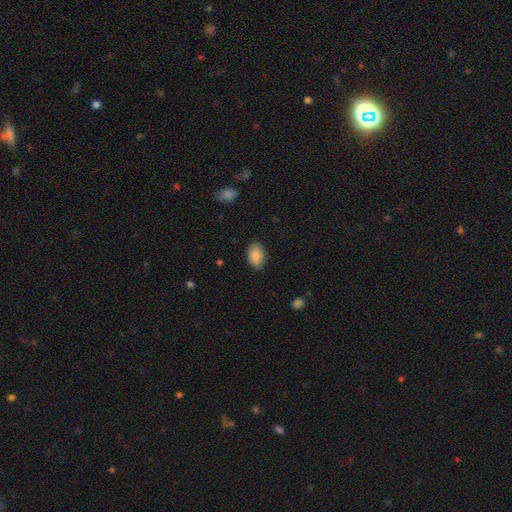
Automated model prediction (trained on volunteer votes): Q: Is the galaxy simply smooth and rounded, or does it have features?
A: smooth — 88%.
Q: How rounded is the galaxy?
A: in between — 85%.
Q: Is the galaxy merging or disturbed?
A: none — 86%.